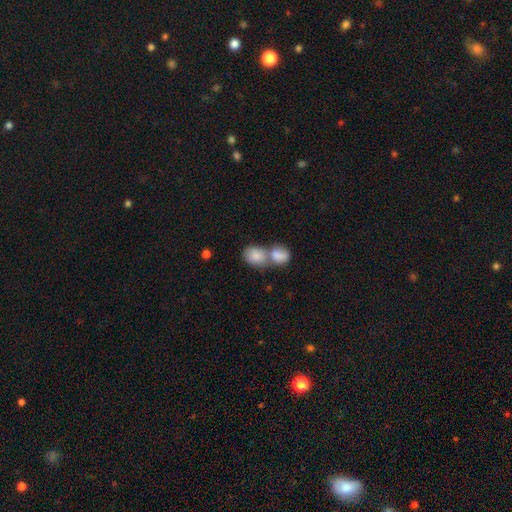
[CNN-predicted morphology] Smooth or featured: smooth — 83% (featured or disk — 10%)
How rounded: in between — 73% (round — 25%)
Merging: merger — 71% (none — 19%)